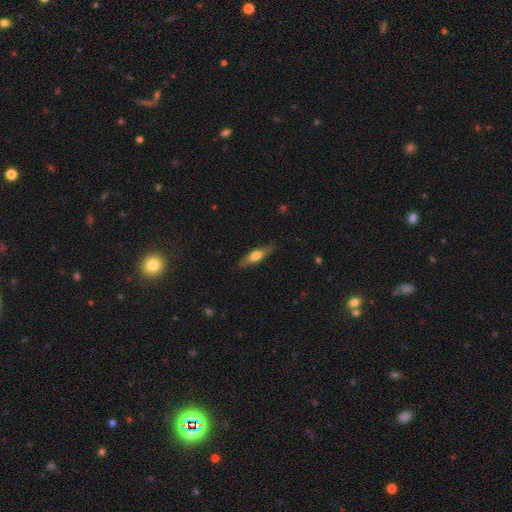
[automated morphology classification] Smooth or featured? Predicted: featured or disk (p=0.48). Merging? Predicted: none (p=0.84).